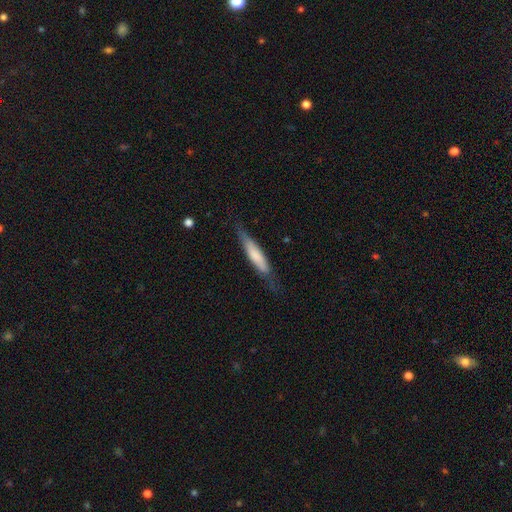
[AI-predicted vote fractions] This appears to be a smooth galaxy with no disk features (67%) that is cigar-shaped (85%). Merging: none (70%).